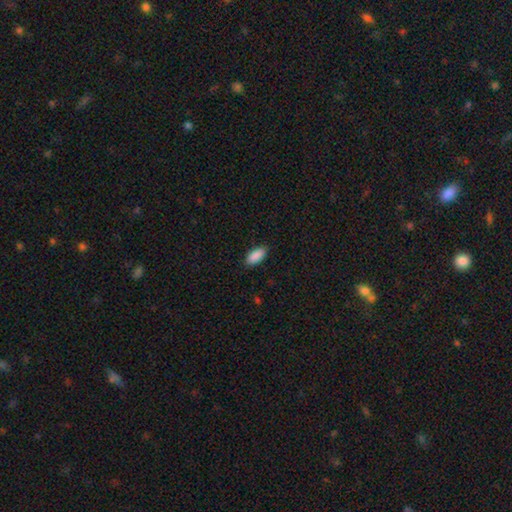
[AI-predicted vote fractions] Smooth or featured? Predicted: smooth (p=0.90). How rounded? Predicted: in between (p=0.90). Merging? Predicted: none (p=0.87).